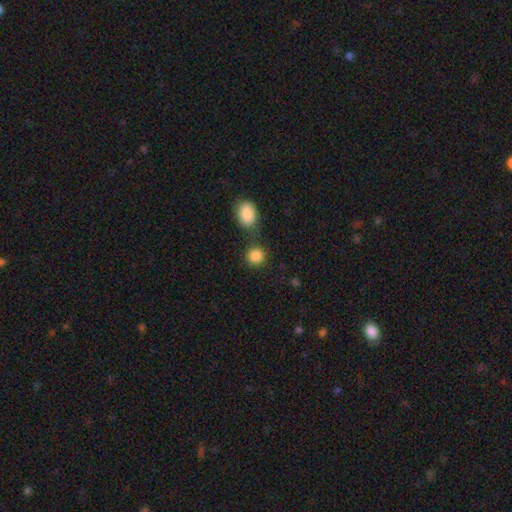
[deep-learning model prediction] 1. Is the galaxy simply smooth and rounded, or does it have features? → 86% smooth, 10% star or artifact, 4% featured or disk.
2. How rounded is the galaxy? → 84% round, 15% in between, 1% cigar-shaped.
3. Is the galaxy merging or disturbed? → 70% none, 16% merger, 10% minor disturbance, 4% major disturbance.